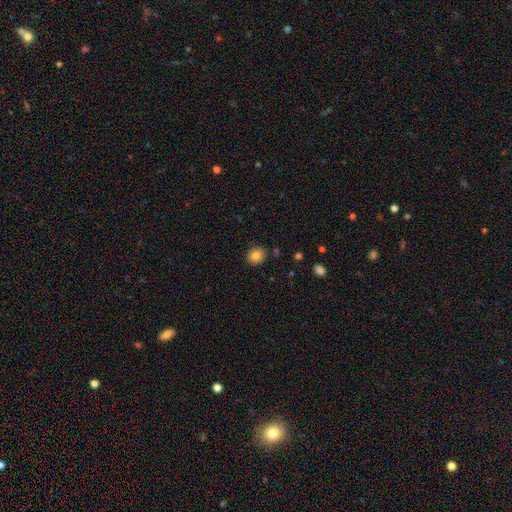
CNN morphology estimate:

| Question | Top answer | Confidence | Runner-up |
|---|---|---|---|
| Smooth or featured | smooth | 82% | star or artifact (10%) |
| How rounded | round | 71% | in between (28%) |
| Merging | none | 83% | minor disturbance (12%) |